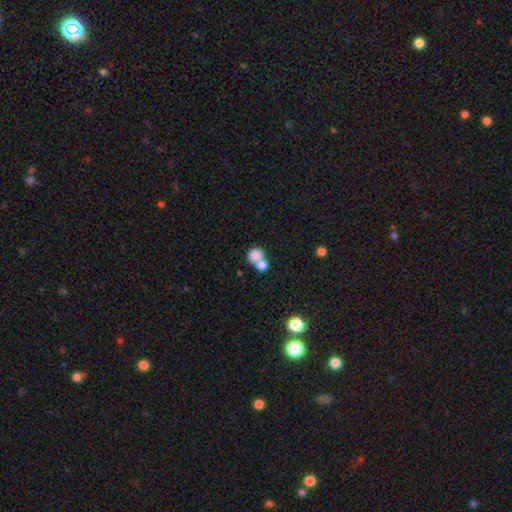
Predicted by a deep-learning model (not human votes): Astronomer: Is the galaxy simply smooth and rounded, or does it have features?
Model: smooth — 80%.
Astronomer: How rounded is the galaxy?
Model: round — 70%.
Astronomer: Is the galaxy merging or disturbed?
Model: merger — 59%.